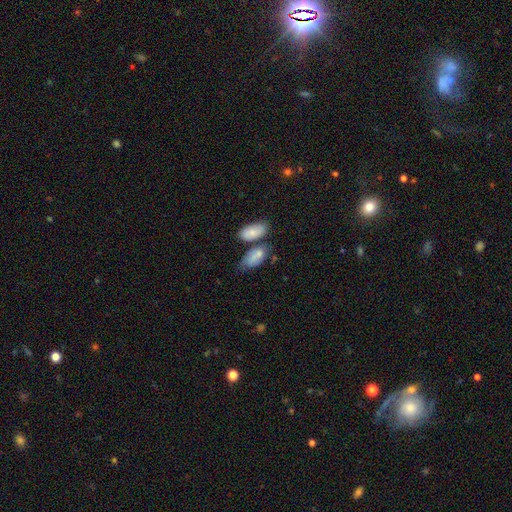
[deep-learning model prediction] Overall: smooth (77%). How rounded: in between (89%). Merging: none (38%; merger 36%).